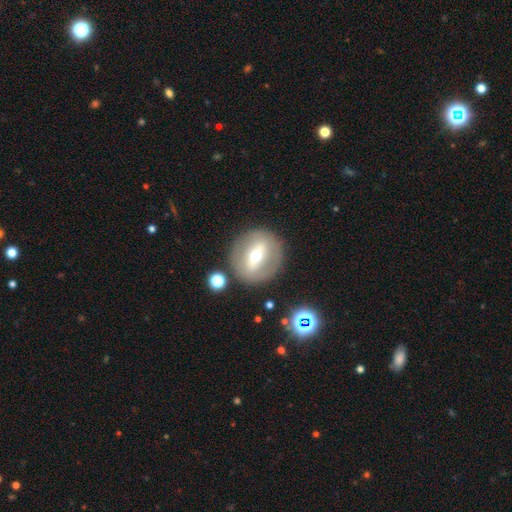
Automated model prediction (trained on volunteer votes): featured or disk 57%, smooth 34%, star or artifact 8%. Down the decision tree: edge-on disk — no (85%); merging — none (83%).